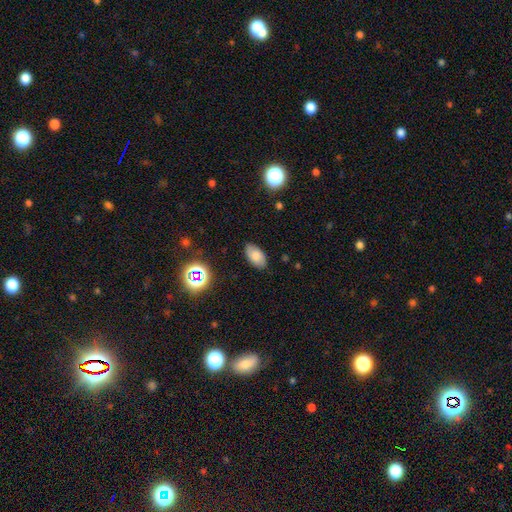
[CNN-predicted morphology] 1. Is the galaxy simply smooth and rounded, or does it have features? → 75% smooth, 14% featured or disk, 11% star or artifact.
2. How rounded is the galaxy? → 94% in between, 4% round, 2% cigar-shaped.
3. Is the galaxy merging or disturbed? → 83% none, 13% minor disturbance, 3% major disturbance, 1% merger.